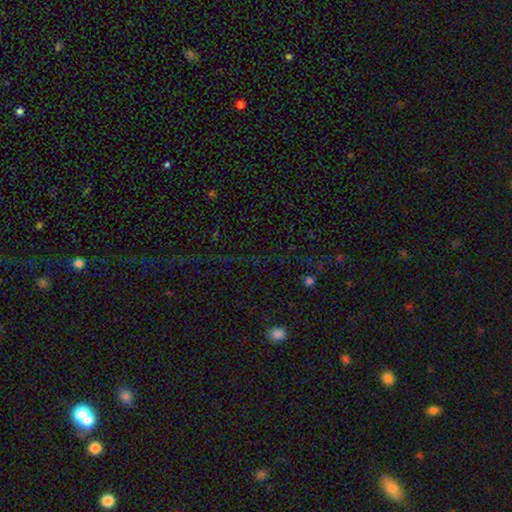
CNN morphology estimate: A star or artifact, not a galaxy (68%).

Vote fractions:
- Smooth or featured? star or artifact: 68% / smooth: 19% / featured or disk: 12%